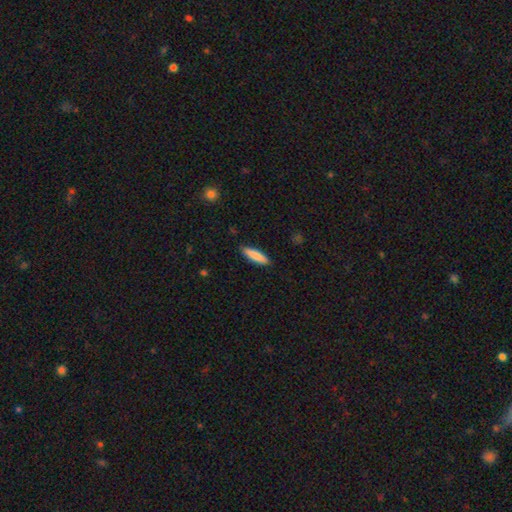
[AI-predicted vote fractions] Smooth or featured?
  - smooth: 84% *
  - featured or disk: 10%
  - star or artifact: 6%
How rounded?
  - cigar-shaped: 71% *
  - in between: 28%
  - round: 1%
Merging?
  - none: 88% *
  - minor disturbance: 9%
  - major disturbance: 2%
  - merger: 1%